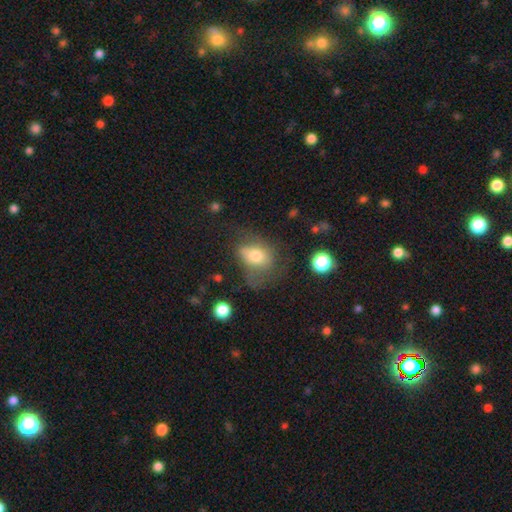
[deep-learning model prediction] Overall: smooth (64%; featured or disk 25%). How rounded: in between (68%; round 30%). Merging: major disturbance (37%; none 33%).